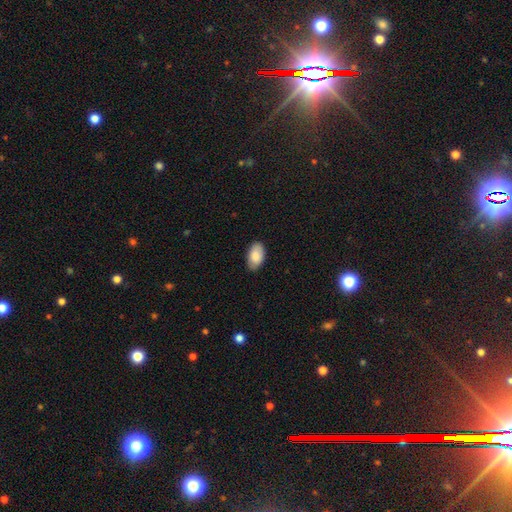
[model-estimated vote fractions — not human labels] Morphology: type=smooth (87%); roundness=in between (95%); merging=none (85%).